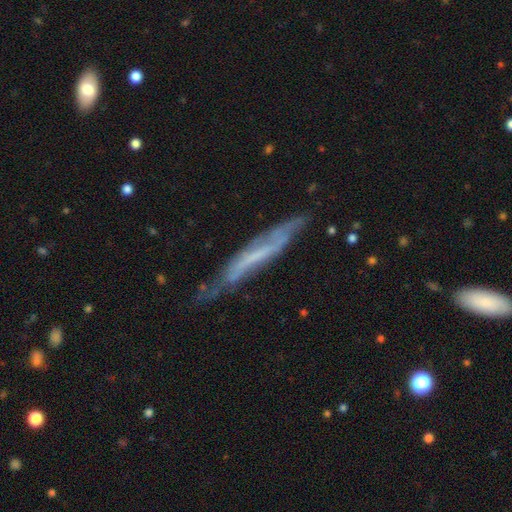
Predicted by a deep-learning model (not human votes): A featured or disk galaxy (66%) viewed edge-on (69%).

Vote fractions:
- Smooth or featured? featured or disk: 66% / smooth: 26% / star or artifact: 8%
- Edge-on disk? yes: 69% / no: 31%
- Merging? none: 63% / minor disturbance: 26% / major disturbance: 8% / merger: 3%